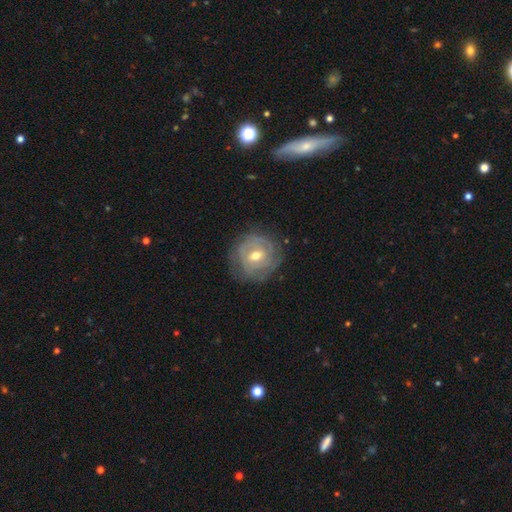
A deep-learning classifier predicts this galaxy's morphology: Smooth or featured? Predicted: featured or disk (p=0.74). Edge-on disk? Predicted: no (p=0.97). Bar? Predicted: weak (p=0.48). Spiral arms? Predicted: yes (p=0.76). Spiral winding? Predicted: tight (p=0.74). Spiral arm count? Predicted: can't tell (p=0.48). Bulge size? Predicted: moderate (p=0.74). Merging? Predicted: none (p=0.75).